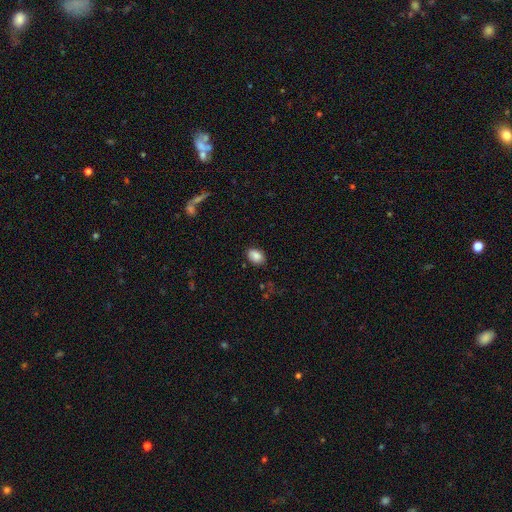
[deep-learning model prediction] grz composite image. It shows a smooth galaxy with no disk features (87%) that is in between round and cigar-shaped (80%). Merging: none (84%).